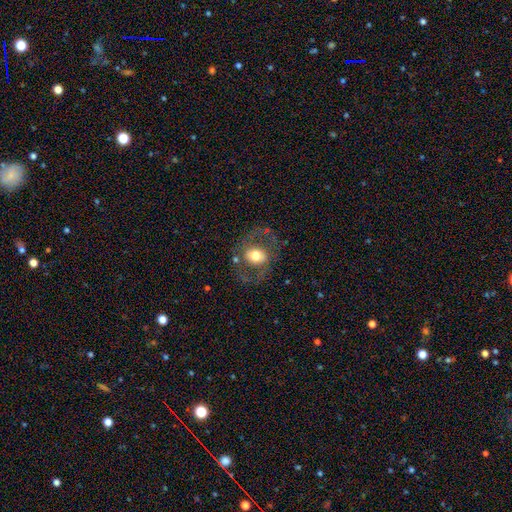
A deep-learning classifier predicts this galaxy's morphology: Q: Smooth or featured?
A: featured or disk (52%); runner-up: smooth (39%)
Q: Edge-on disk?
A: no (94%); runner-up: yes (6%)
Q: Merging?
A: none (68%); runner-up: minor disturbance (15%)